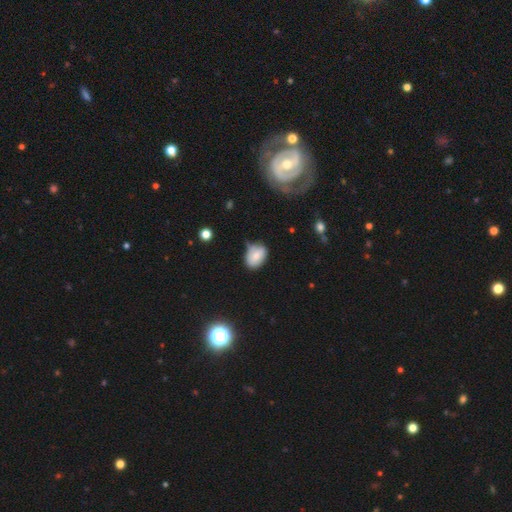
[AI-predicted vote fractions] Smooth or featured: smooth — 75% (featured or disk — 16%)
How rounded: in between — 76% (round — 23%)
Merging: none — 52% (minor disturbance — 36%)